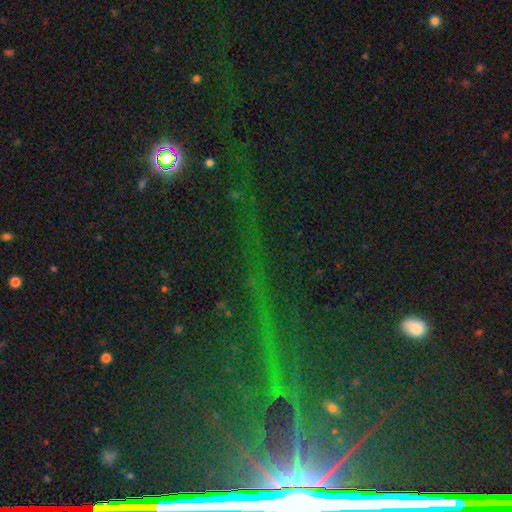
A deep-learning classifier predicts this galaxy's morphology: A star or artifact, not a galaxy (80%).

Vote fractions:
- Smooth or featured? star or artifact: 80% / featured or disk: 10% / smooth: 10%